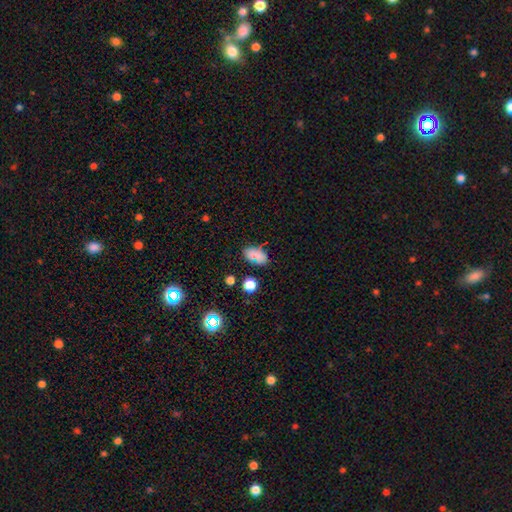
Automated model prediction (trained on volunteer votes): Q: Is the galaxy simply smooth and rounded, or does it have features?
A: smooth — 76%.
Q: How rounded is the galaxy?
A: in between — 88%.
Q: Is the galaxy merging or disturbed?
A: none — 75%.